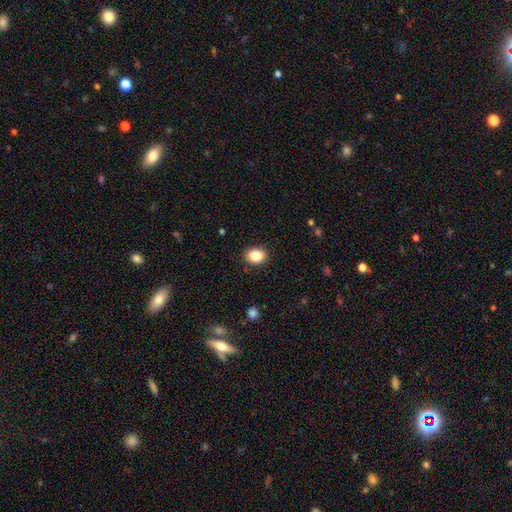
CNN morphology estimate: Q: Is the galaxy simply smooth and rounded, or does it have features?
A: smooth — 85%.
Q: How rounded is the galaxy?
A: in between — 58%.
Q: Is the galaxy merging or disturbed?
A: none — 89%.